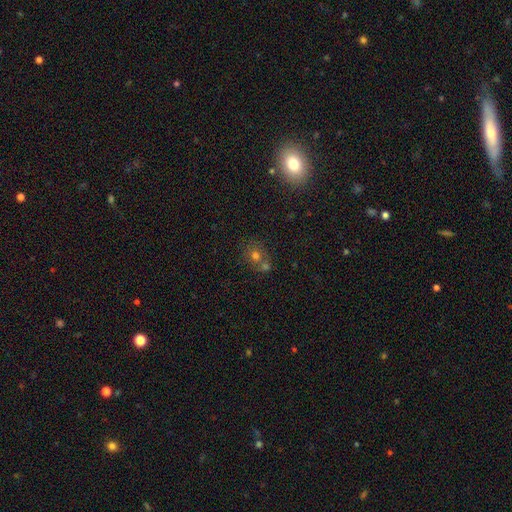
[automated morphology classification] A smooth galaxy with no disk features (64%) that is round (74%).

Vote fractions:
- Smooth or featured? smooth: 64% / star or artifact: 19% / featured or disk: 17%
- How rounded? round: 74% / in between: 25% / cigar-shaped: 1%
- Merging? none: 45% / merger: 42% / minor disturbance: 9% / major disturbance: 4%